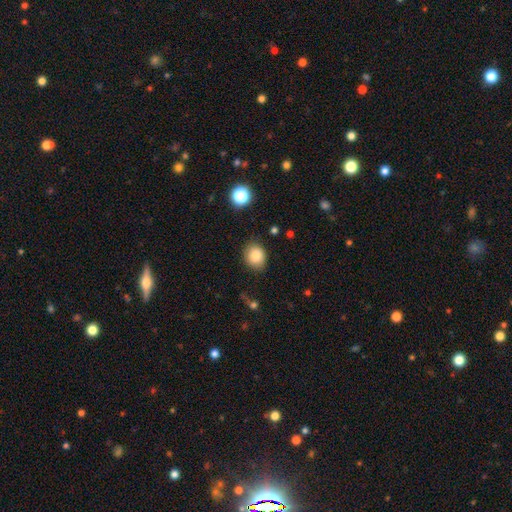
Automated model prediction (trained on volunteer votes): Morphology: type=smooth (85%); roundness=round (63%); merging=none (82%).